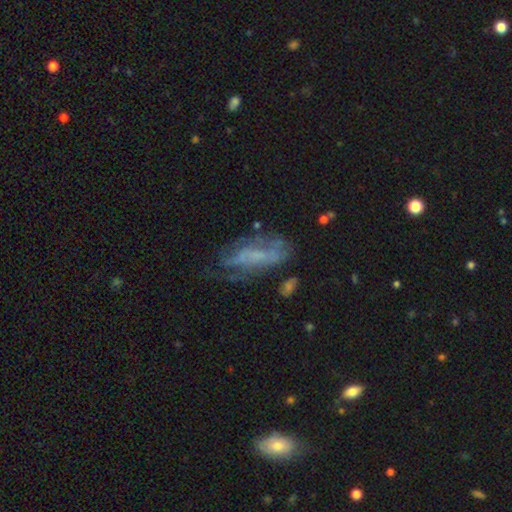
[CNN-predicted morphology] Smooth or featured? featured or disk (55%)
Edge-on disk? no (84%)
Merging? none (50%)